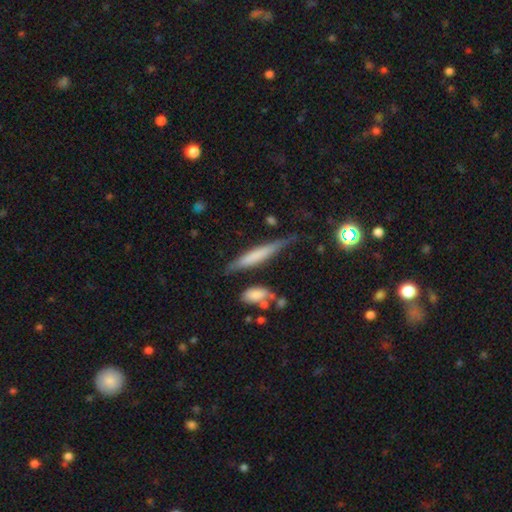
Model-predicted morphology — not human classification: type=smooth (55%); roundness=cigar-shaped (89%); merging=none (70%).